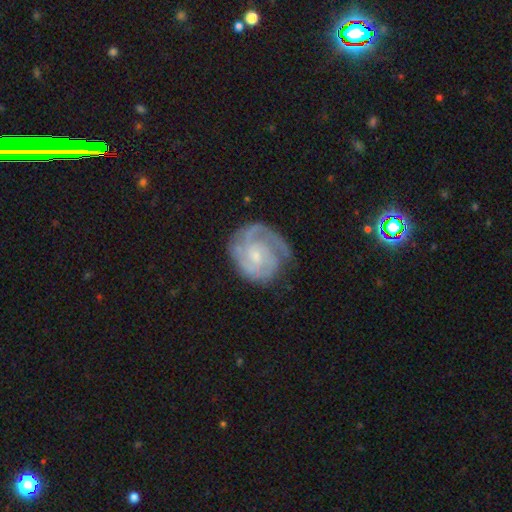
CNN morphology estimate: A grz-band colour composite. It shows a featured or disk galaxy (84%) with no bar (63%), 3 (30%) tight (65%) spiral arms (96%) and a small central bulge (66%). Merging: none (68%).